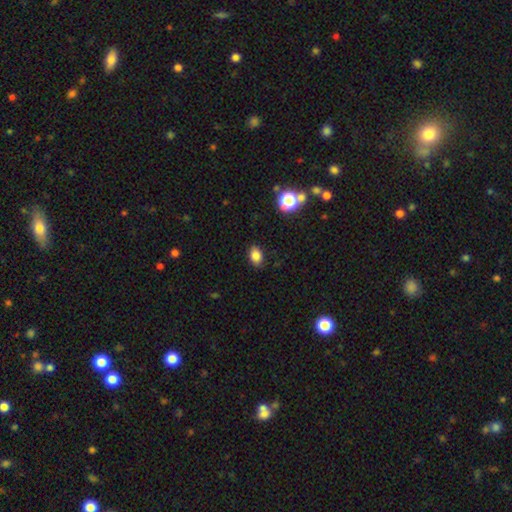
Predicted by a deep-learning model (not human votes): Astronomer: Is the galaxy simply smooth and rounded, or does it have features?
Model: smooth — 82%.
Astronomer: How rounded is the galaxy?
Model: in between — 77%.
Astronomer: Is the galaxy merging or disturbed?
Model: none — 87%.